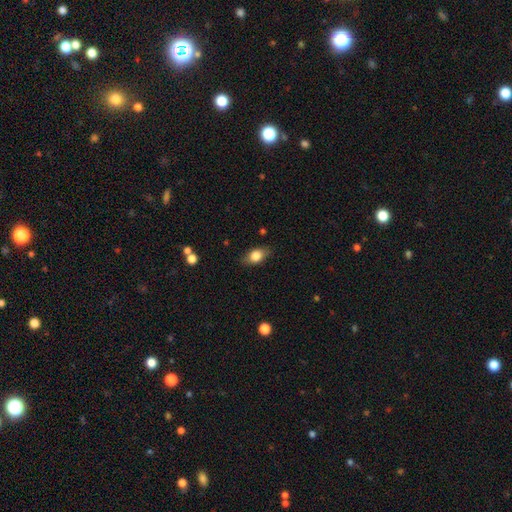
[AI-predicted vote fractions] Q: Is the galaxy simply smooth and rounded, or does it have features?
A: smooth — 77%.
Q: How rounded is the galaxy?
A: in between — 82%.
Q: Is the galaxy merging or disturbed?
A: none — 81%.